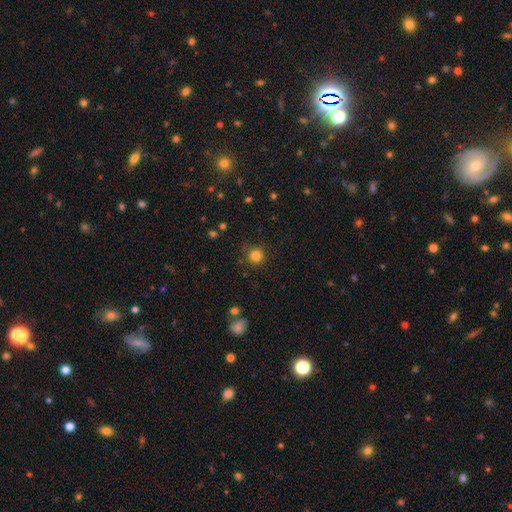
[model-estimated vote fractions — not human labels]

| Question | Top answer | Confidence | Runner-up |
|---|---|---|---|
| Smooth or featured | smooth | 82% | star or artifact (13%) |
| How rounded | round | 94% | in between (5%) |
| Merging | none | 84% | minor disturbance (11%) |